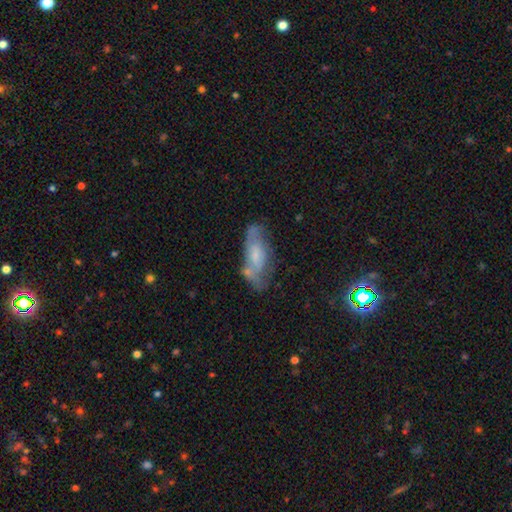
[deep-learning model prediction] Smooth or featured: featured or disk — 49% (smooth — 41%)
Merging: none — 50% (minor disturbance — 26%)